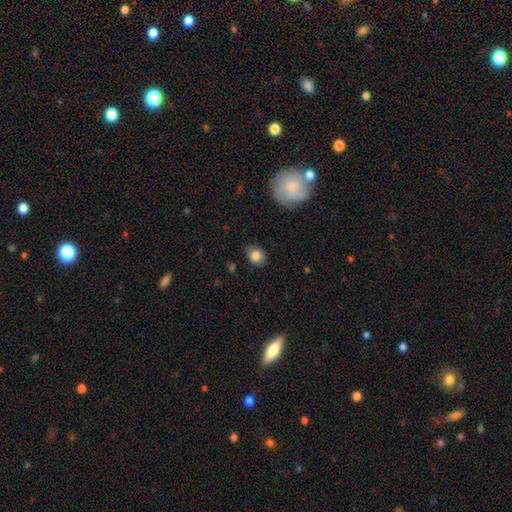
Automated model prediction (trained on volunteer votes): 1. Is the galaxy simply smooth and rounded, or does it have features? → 83% smooth, 9% star or artifact, 8% featured or disk.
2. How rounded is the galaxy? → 51% round, 48% in between, 1% cigar-shaped.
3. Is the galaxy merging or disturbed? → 81% none, 15% minor disturbance, 3% major disturbance, 1% merger.